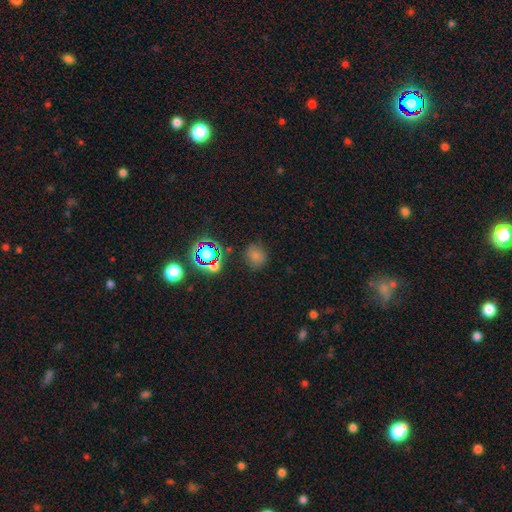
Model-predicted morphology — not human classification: smooth_or_featured: smooth (p=0.67) [alt: star or artifact p=0.24]
how_rounded: round (p=0.74) [alt: in between p=0.25]
merging: none (p=0.76) [alt: minor disturbance p=0.16]